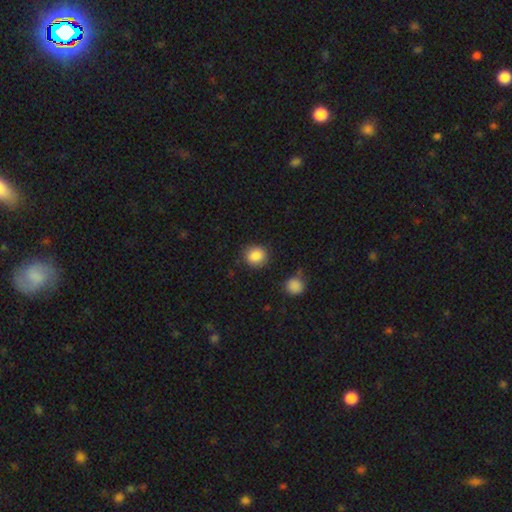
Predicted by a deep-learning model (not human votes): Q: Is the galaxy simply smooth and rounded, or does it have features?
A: smooth — 87%.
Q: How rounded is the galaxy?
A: round — 80%.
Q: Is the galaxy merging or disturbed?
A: none — 86%.